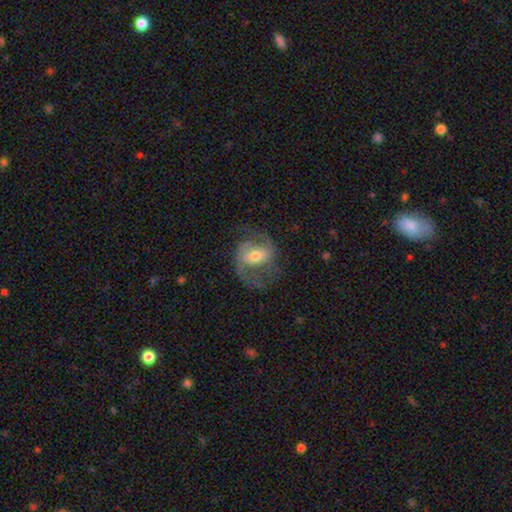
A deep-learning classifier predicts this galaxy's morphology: The model was most divided on "bar": weak: 48%, no: 28%, strong: 24%. More confident: edge-on disk — no (97%); spiral arms — yes (92%); spiral arm count — 2 (87%); smooth or featured — featured or disk (81%); merging — none (64%); bulge size — moderate (62%); spiral winding — medium (54%).